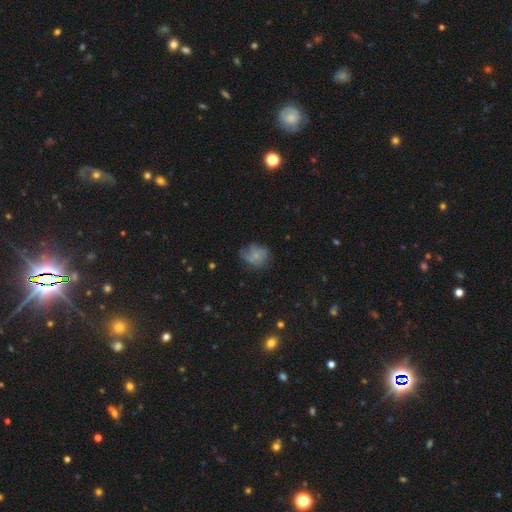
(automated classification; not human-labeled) Overall: smooth (52%; featured or disk 35%). How rounded: round (57%; in between 41%). Merging: none (53%; minor disturbance 28%).